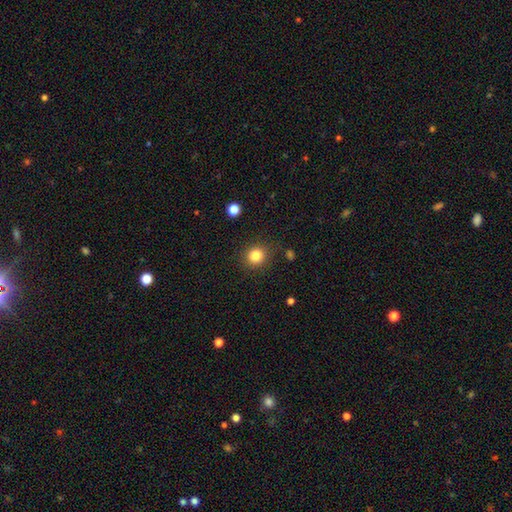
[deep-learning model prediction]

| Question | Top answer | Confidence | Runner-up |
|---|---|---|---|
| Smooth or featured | smooth | 83% | star or artifact (12%) |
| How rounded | round | 86% | in between (13%) |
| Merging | none | 87% | minor disturbance (8%) |